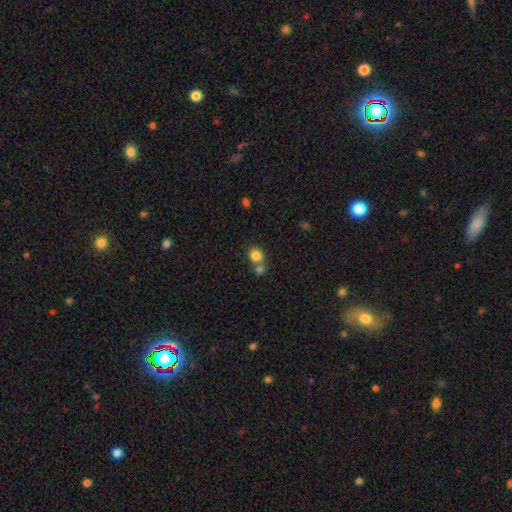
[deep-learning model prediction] The model was most divided on "merging": none: 47%, merger: 43%, minor disturbance: 7%, major disturbance: 3%. More confident: smooth or featured — smooth (82%); how rounded — round (80%).